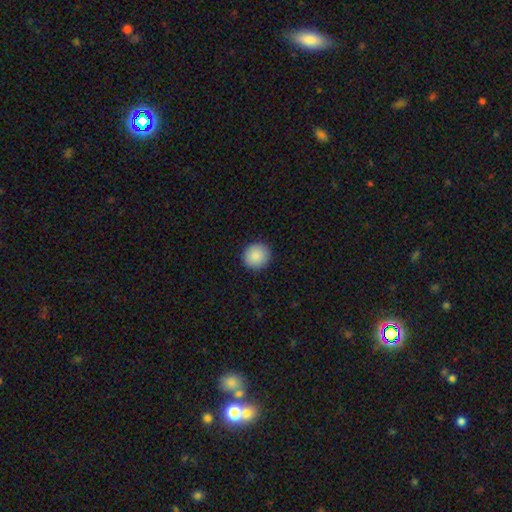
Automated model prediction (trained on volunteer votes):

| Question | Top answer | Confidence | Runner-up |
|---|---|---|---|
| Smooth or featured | smooth | 89% | star or artifact (7%) |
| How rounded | round | 91% | in between (8%) |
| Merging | none | 92% | minor disturbance (6%) |